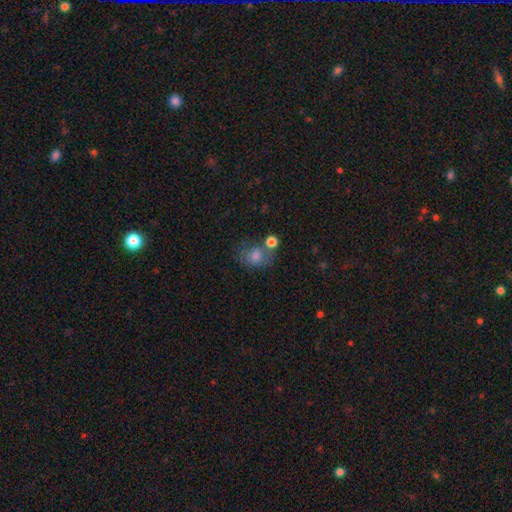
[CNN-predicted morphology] Smooth or featured: smooth — 74% (featured or disk — 14%)
How rounded: round — 54% (in between — 45%)
Merging: none — 46% (merger — 26%)